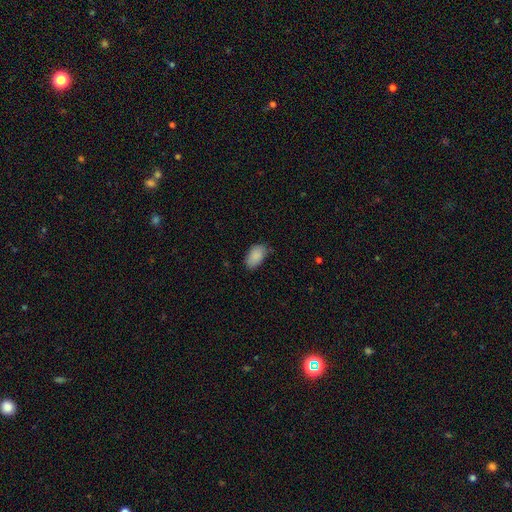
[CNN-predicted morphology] The model was most divided on "merging": none: 67%, minor disturbance: 27%, major disturbance: 5%, merger: 1%. More confident: how rounded — in between (93%); smooth or featured — smooth (88%).